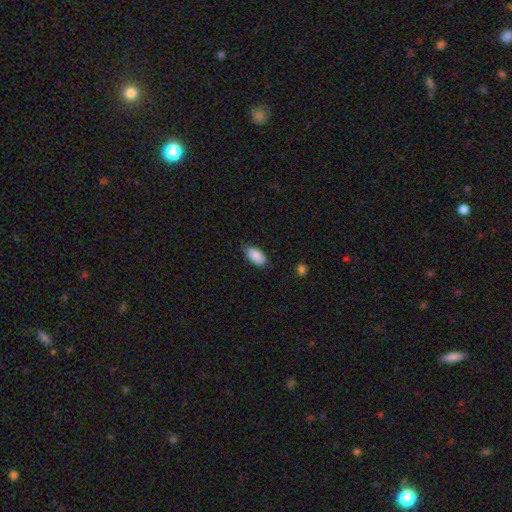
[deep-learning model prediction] This appears to be a smooth galaxy with no disk features (88%) that is in between round and cigar-shaped (94%). Merging: none (70%).